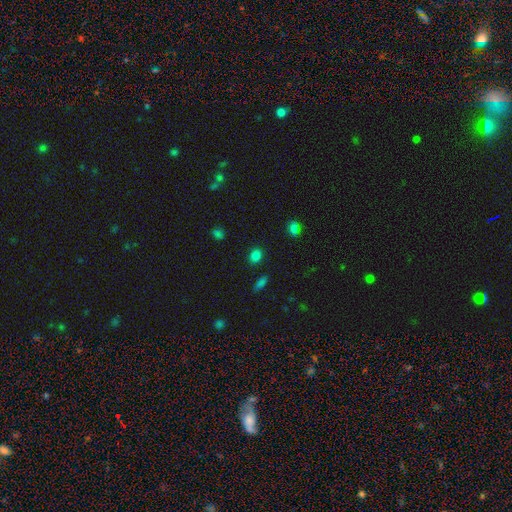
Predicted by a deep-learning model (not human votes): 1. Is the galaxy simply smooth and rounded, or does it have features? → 82% smooth, 13% star or artifact, 5% featured or disk.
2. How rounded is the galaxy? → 53% round, 46% in between, 1% cigar-shaped.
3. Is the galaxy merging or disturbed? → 87% none, 8% minor disturbance, 2% major disturbance, 2% merger.